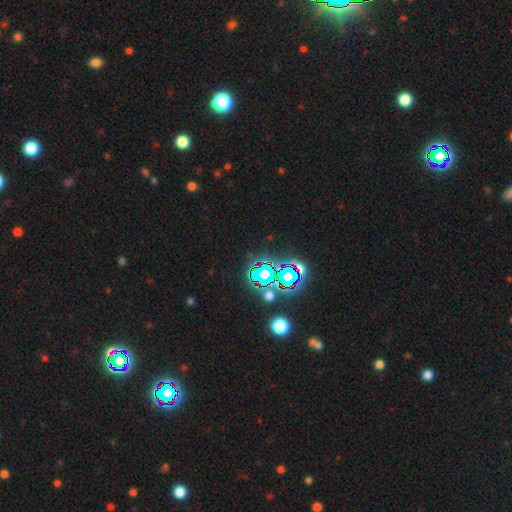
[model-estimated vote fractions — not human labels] smooth-or-featured: star or artifact: 74% | smooth: 16% | featured or disk: 9%